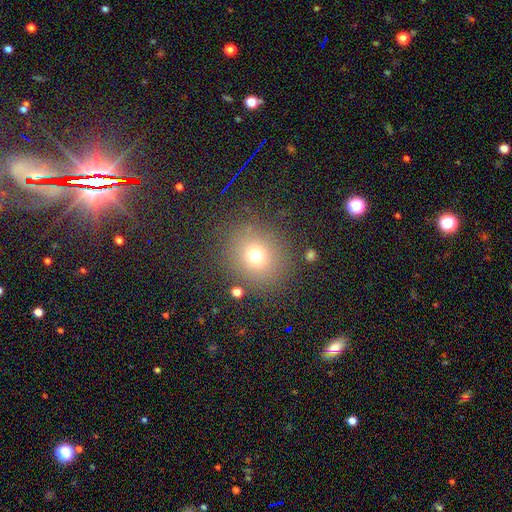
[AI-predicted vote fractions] Smooth or featured? Predicted: smooth (p=0.71). How rounded? Predicted: round (p=0.83). Merging? Predicted: none (p=0.84).